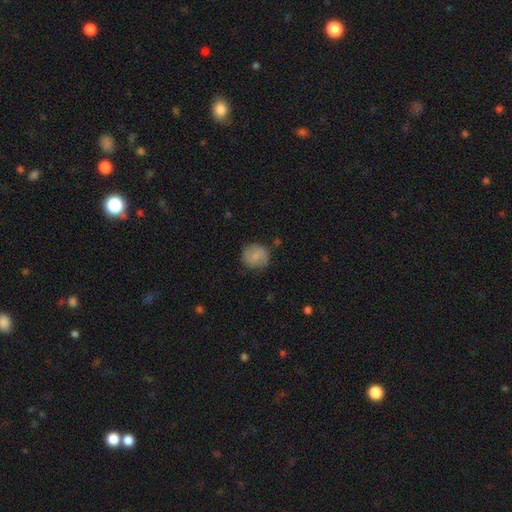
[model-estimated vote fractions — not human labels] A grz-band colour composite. It shows a smooth galaxy with no disk features (71%) that is round (86%). Merging: none (76%).